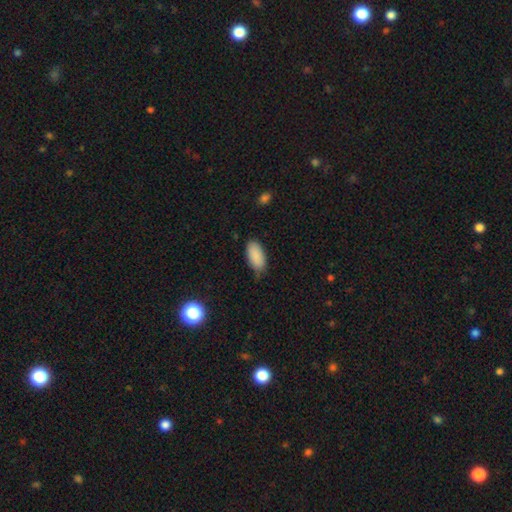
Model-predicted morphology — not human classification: This is clearly a smooth galaxy (89%). How rounded: clearly in between (93%). Merging: likely none (74%).